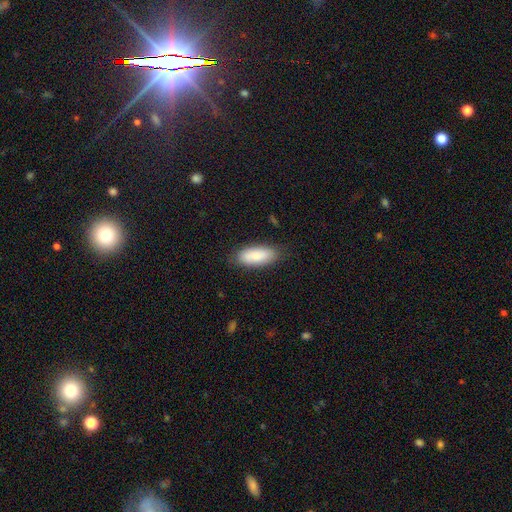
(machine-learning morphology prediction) Q: Smooth or featured?
A: smooth (86%); runner-up: featured or disk (8%)
Q: How rounded?
A: in between (82%); runner-up: cigar-shaped (16%)
Q: Merging?
A: none (83%); runner-up: minor disturbance (13%)